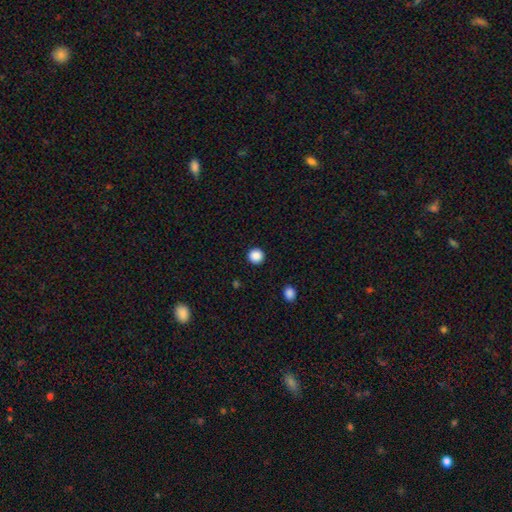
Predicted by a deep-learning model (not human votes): Smooth or featured: smooth — 88% (star or artifact — 10%)
How rounded: round — 94% (in between — 5%)
Merging: none — 93% (minor disturbance — 4%)